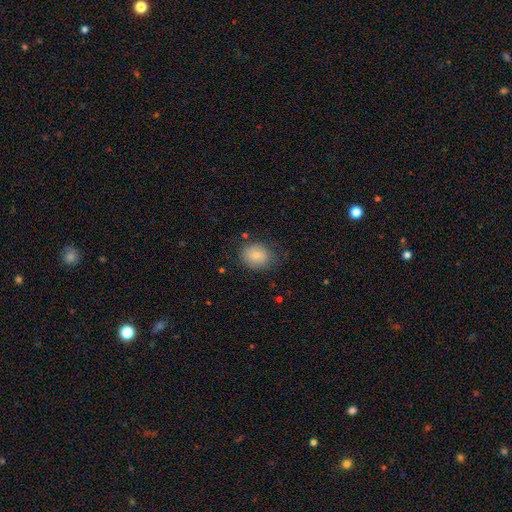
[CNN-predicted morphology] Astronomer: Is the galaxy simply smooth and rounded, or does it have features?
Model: smooth — 81%.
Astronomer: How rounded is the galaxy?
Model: round — 55% (runner-up: in between, 44%).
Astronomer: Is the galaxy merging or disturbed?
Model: none — 76%.